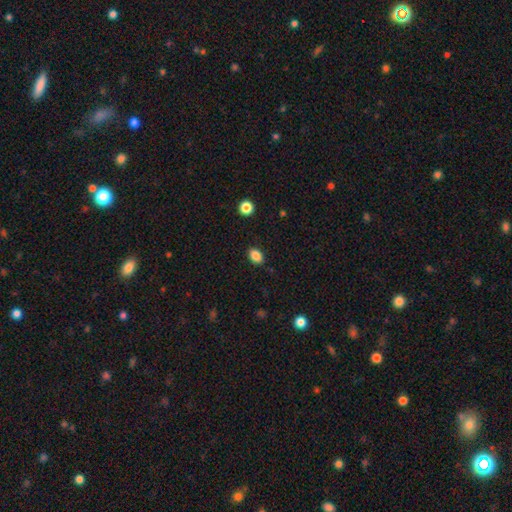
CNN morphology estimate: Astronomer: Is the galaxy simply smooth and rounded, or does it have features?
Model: smooth — 87%.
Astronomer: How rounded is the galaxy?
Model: in between — 76%.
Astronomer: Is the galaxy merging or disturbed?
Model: none — 87%.